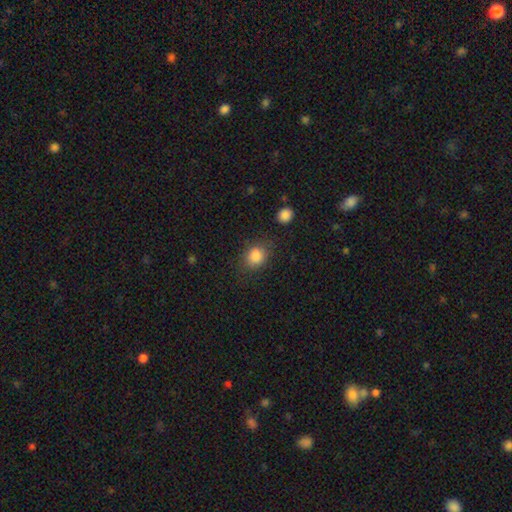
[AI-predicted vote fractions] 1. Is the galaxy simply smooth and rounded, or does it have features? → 85% smooth, 9% star or artifact, 6% featured or disk.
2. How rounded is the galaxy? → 54% round, 45% in between, 1% cigar-shaped.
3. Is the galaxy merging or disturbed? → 75% none, 17% minor disturbance, 6% major disturbance, 3% merger.